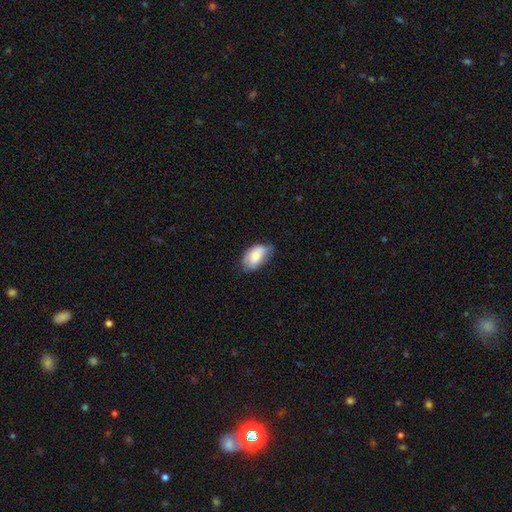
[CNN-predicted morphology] Q: Smooth or featured?
A: smooth (74%); runner-up: featured or disk (19%)
Q: How rounded?
A: in between (93%); runner-up: round (5%)
Q: Merging?
A: none (57%); runner-up: minor disturbance (34%)